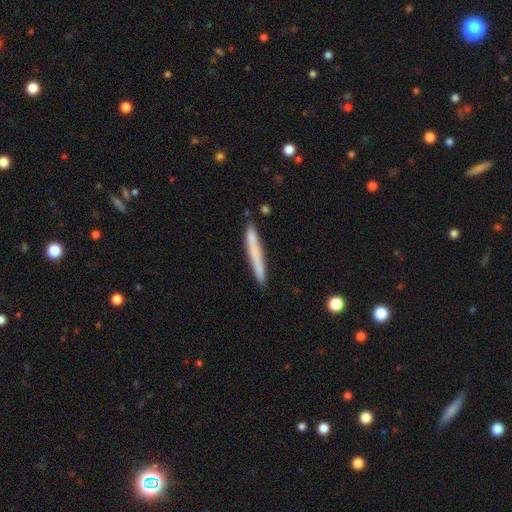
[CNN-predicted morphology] Smooth or featured? Predicted: smooth (p=0.67). How rounded? Predicted: cigar-shaped (p=0.97). Merging? Predicted: none (p=0.83).